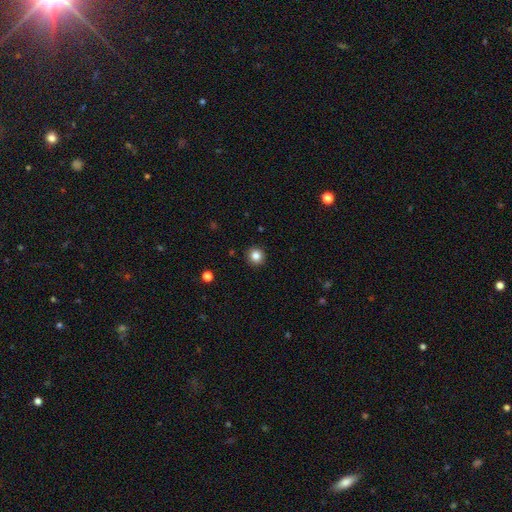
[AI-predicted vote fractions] Morphology: type=smooth (84%); roundness=round (95%); merging=none (92%).